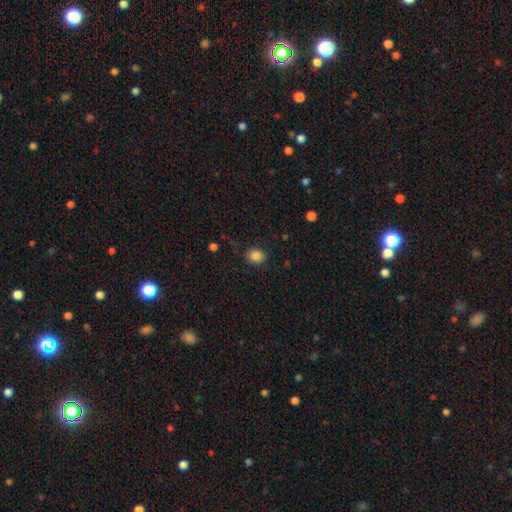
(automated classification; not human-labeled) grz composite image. It shows a smooth galaxy with no disk features (86%) that is round (58%). Merging: none (85%).